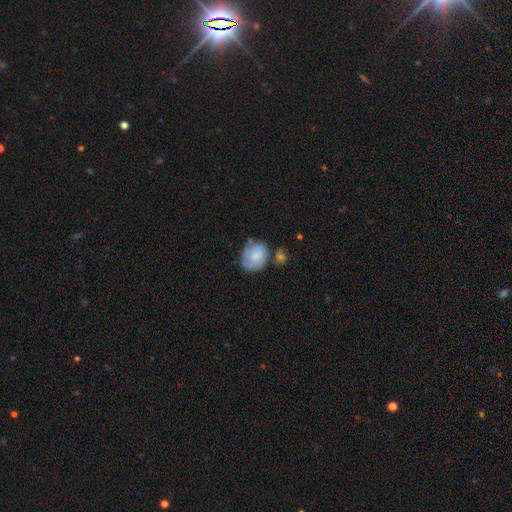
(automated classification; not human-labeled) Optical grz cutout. It shows a smooth galaxy with no disk features (63%) that is round (54%). Merging: none (50%).